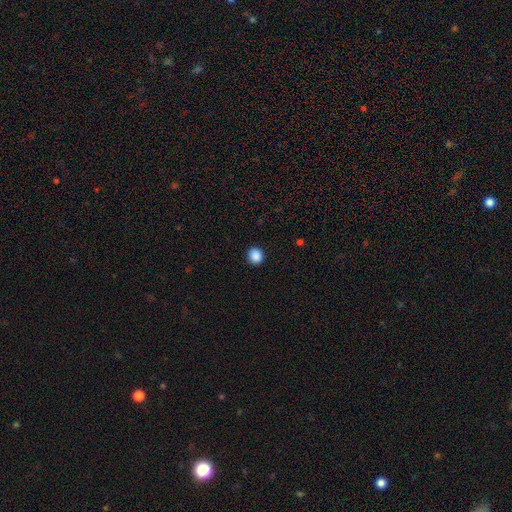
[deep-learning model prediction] Smooth or featured? smooth (88%)
How rounded? round (84%)
Merging? none (91%)